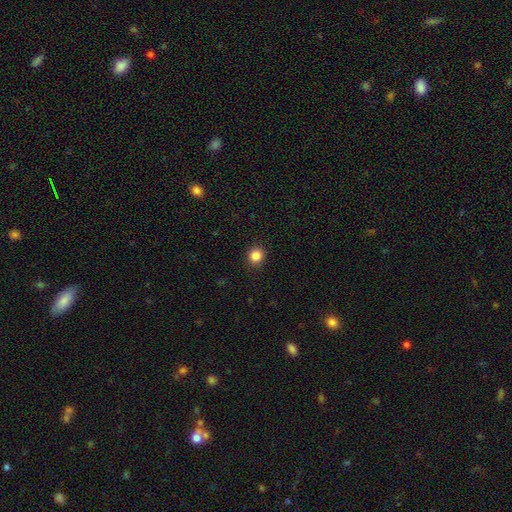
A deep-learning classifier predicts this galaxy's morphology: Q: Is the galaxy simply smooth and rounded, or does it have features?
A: smooth — 85%.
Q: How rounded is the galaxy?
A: round — 87%.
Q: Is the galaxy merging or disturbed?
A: none — 91%.